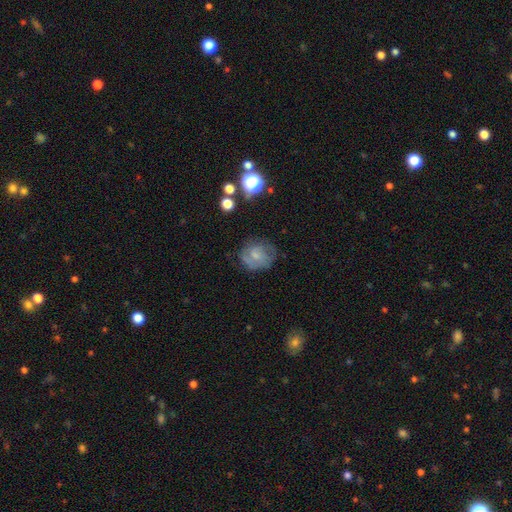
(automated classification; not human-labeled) smooth-or-featured: smooth: 47% | featured or disk: 42% | star or artifact: 10%
  merging: none: 60% | minor disturbance: 24% | major disturbance: 13% | merger: 2%